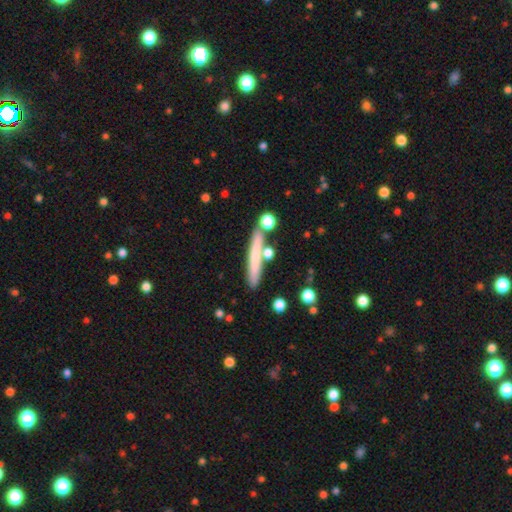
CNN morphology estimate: smooth 63%, featured or disk 29%, star or artifact 8%. Down the decision tree: how rounded — cigar-shaped (92%); merging — none (76%).